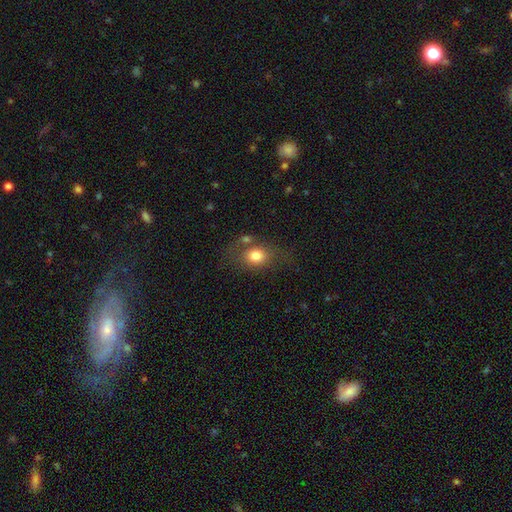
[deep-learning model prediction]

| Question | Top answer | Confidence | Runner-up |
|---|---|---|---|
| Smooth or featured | smooth | 77% | featured or disk (13%) |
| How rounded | round | 49% | tied: in between (49%) |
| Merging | none | 61% | minor disturbance (19%) |